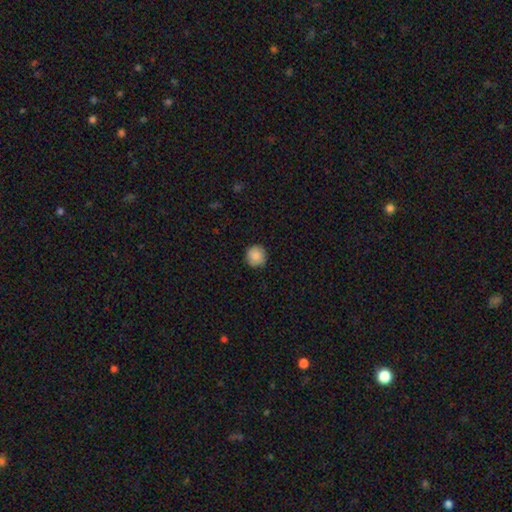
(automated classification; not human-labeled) smooth 88%, star or artifact 8%, featured or disk 4%. Down the decision tree: how rounded — round (93%); merging — none (89%).